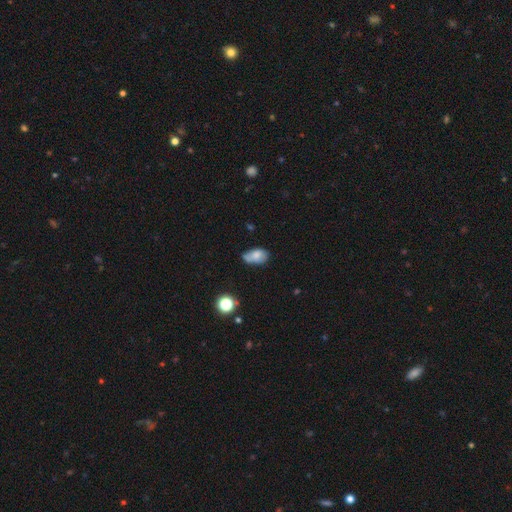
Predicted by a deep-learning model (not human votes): smooth_or_featured: smooth (p=0.72) [alt: featured or disk p=0.19]
how_rounded: in between (p=0.90) [alt: round p=0.08]
merging: none (p=0.42) [alt: minor disturbance p=0.41]